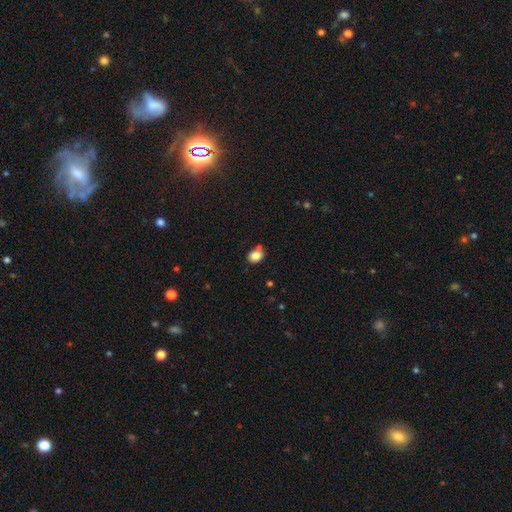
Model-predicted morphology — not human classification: A smooth galaxy with no disk features (83%) that is in between round and cigar-shaped (56%). Merging: none (63%).